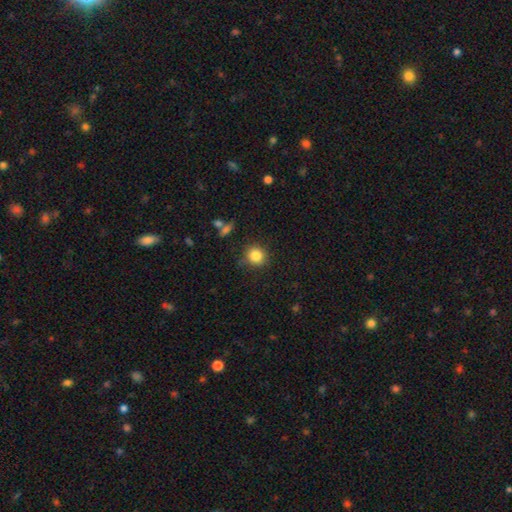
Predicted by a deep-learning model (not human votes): Smooth or featured? smooth (83%)
How rounded? round (87%)
Merging? none (82%)